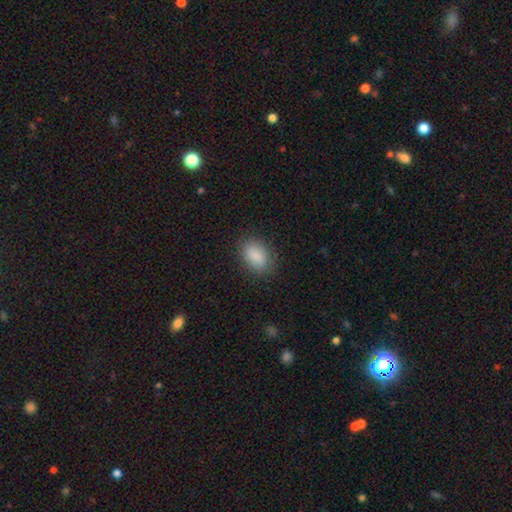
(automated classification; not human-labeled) The model was most divided on "merging": none: 84%, minor disturbance: 11%, major disturbance: 3%, merger: 1%. More confident: smooth or featured — smooth (89%); how rounded — in between (87%).